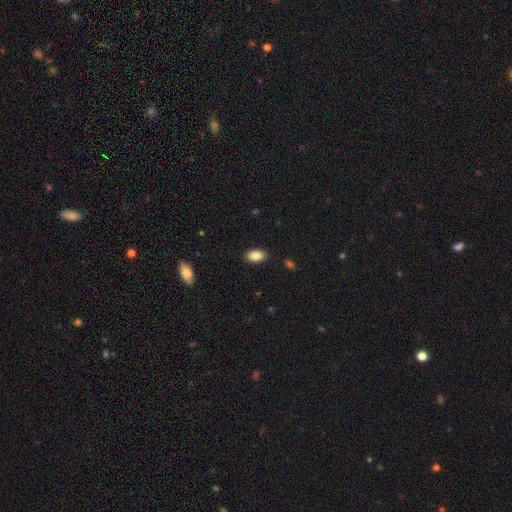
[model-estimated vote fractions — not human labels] This appears to be a smooth galaxy with no disk features (88%) that is in between round and cigar-shaped (94%). Merging: none (88%).